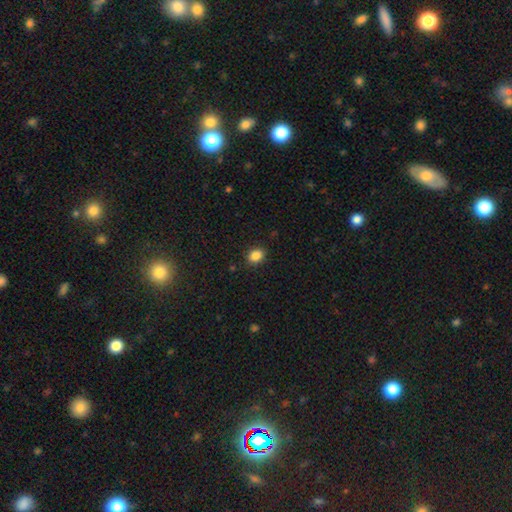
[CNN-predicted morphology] Smooth or featured: smooth — 86% (star or artifact — 10%)
How rounded: in between — 58% (round — 41%)
Merging: none — 88% (minor disturbance — 9%)